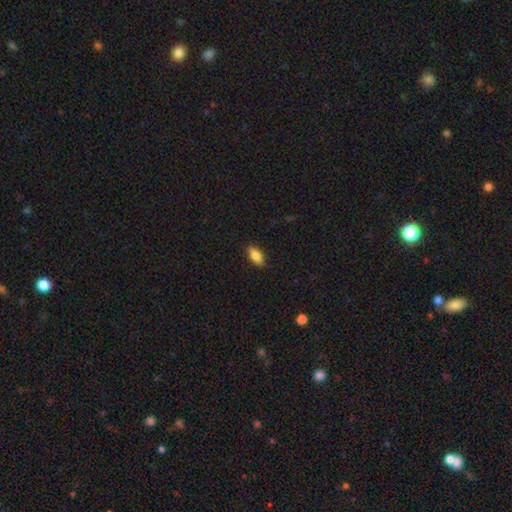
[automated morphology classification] smooth_or_featured: smooth (p=0.82) [alt: featured or disk p=0.11]
how_rounded: in between (p=0.85) [alt: cigar-shaped p=0.12]
merging: none (p=0.88) [alt: minor disturbance p=0.09]